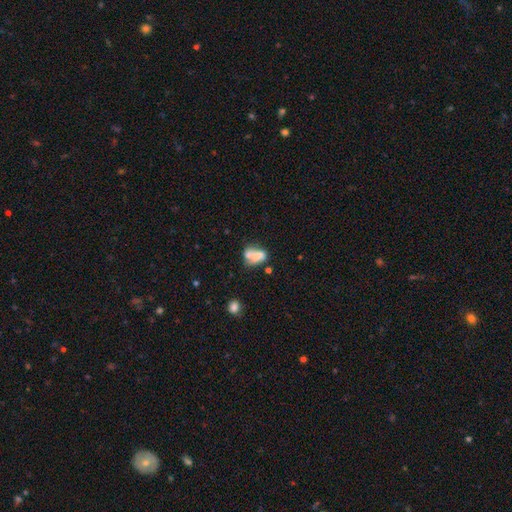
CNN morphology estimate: smooth_or_featured: smooth (p=0.57) [alt: featured or disk p=0.32]
how_rounded: in between (p=0.73) [alt: round p=0.24]
merging: merger (p=0.55) [alt: none p=0.23]